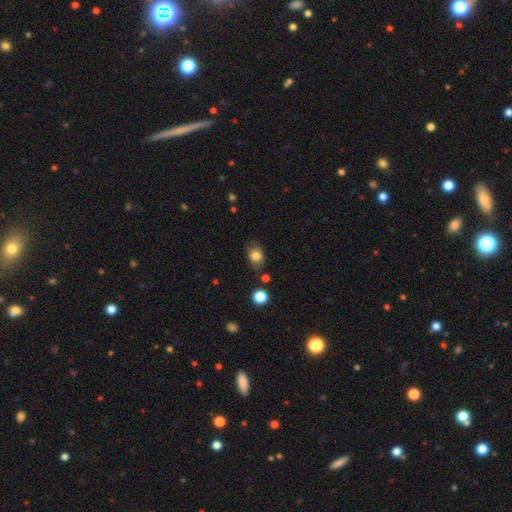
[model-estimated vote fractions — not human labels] Smooth or featured: smooth — 80% (featured or disk — 10%)
How rounded: in between — 64% (round — 35%)
Merging: none — 72% (minor disturbance — 19%)